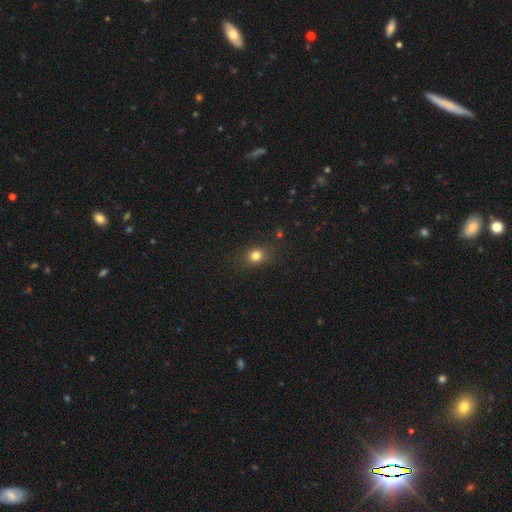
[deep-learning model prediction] Smooth or featured? Predicted: smooth (p=0.78). How rounded? Predicted: round (p=0.59). Merging? Predicted: none (p=0.84).